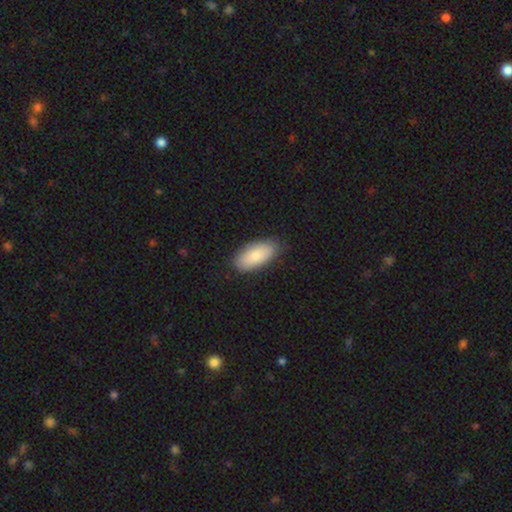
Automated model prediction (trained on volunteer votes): Q: Smooth or featured?
A: smooth (84%); runner-up: featured or disk (11%)
Q: How rounded?
A: in between (91%); runner-up: cigar-shaped (7%)
Q: Merging?
A: none (85%); runner-up: minor disturbance (12%)